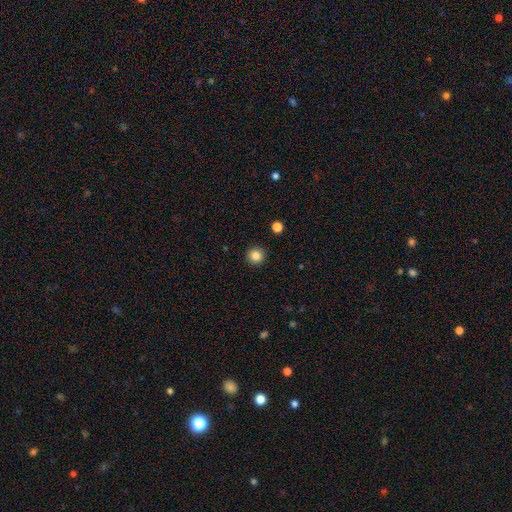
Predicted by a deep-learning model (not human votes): The model was most divided on "smooth or featured": smooth: 85%, star or artifact: 11%, featured or disk: 4%. More confident: how rounded — round (95%); merging — none (93%).